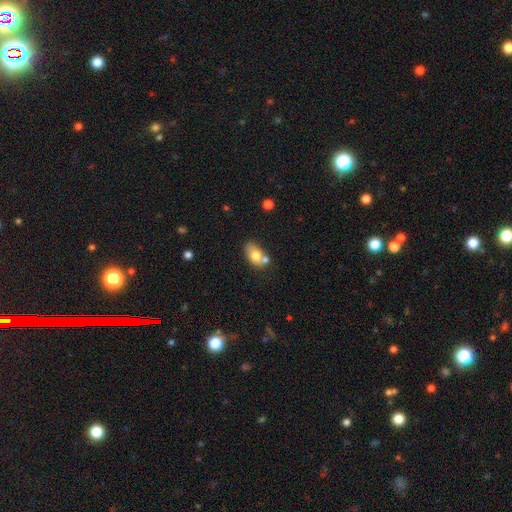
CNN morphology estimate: smooth-or-featured: smooth: 74% | featured or disk: 18% | star or artifact: 8%
  how-rounded: in between: 83% | round: 15% | cigar-shaped: 2%
  merging: none: 46% | merger: 33% | minor disturbance: 16% | major disturbance: 5%